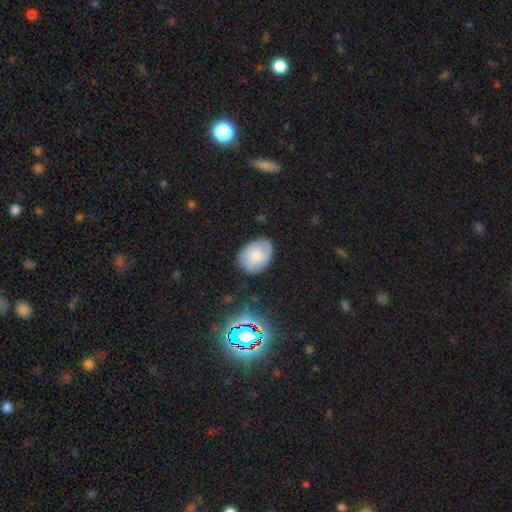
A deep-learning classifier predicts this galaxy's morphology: smooth 51%, featured or disk 39%, star or artifact 10%. Down the decision tree: how rounded — in between (66%); merging — none (74%).